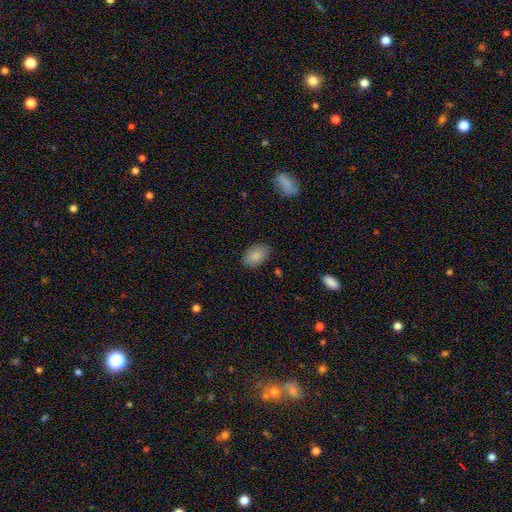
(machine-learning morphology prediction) smooth-or-featured: smooth: 86% | star or artifact: 7% | featured or disk: 7%
  how-rounded: in between: 89% | round: 10% | cigar-shaped: 1%
  merging: none: 83% | minor disturbance: 13% | major disturbance: 3% | merger: 1%